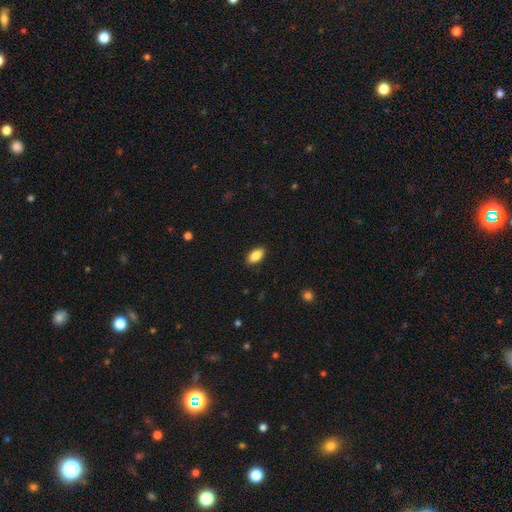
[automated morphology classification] Smooth or featured? Predicted: smooth (p=0.87). How rounded? Predicted: in between (p=0.92). Merging? Predicted: none (p=0.89).